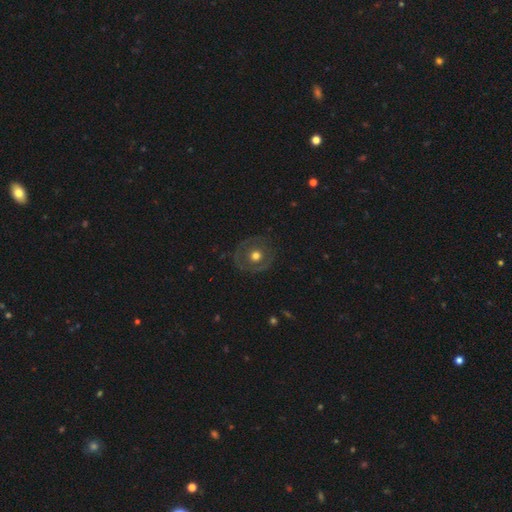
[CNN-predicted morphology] featured or disk 46% (tied), smooth 46% (tied), star or artifact 9%. Down the decision tree: merging — none (82%).